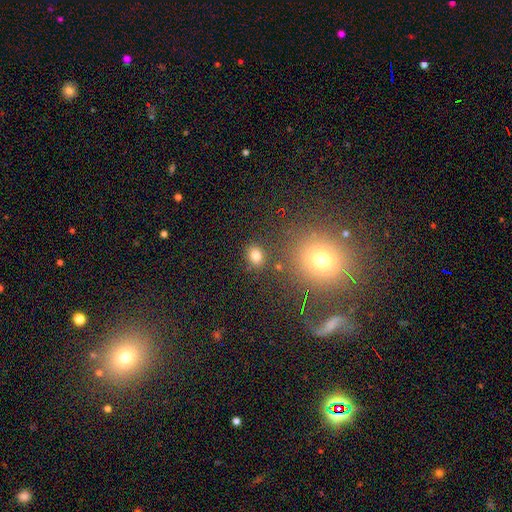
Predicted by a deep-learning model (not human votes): This appears to be a smooth galaxy with no disk features (78%) that is round (53%). Merging: none (81%).